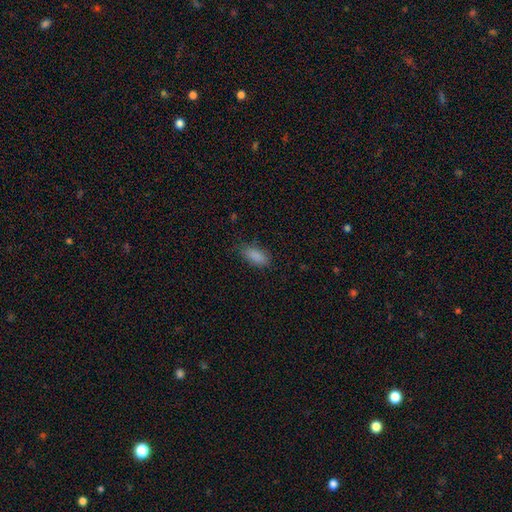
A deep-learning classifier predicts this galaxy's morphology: smooth_or_featured: smooth (p=0.86) [alt: star or artifact p=0.09]
how_rounded: in between (p=0.87) [alt: cigar-shaped p=0.10]
merging: none (p=0.72) [alt: minor disturbance p=0.21]